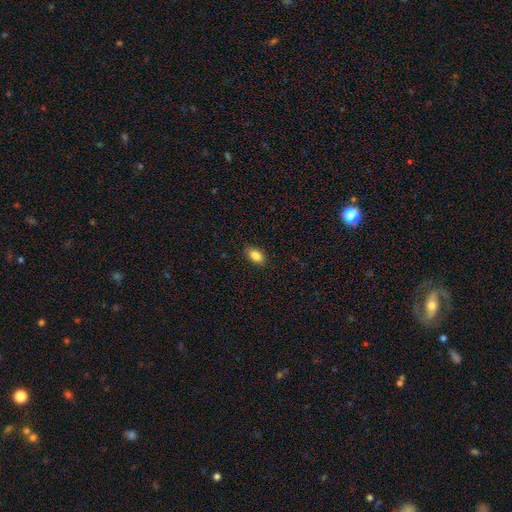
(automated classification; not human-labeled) Smooth or featured? smooth (84%)
How rounded? in between (88%)
Merging? none (86%)